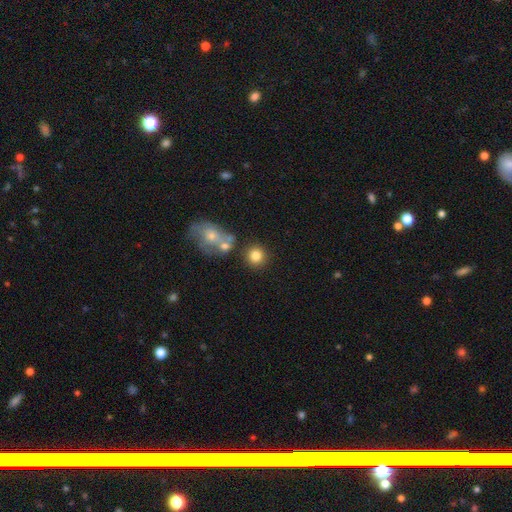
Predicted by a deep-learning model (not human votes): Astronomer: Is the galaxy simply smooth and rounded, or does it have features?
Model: smooth — 80%.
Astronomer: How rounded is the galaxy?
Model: round — 90%.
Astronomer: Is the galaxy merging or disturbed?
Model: none — 76%.